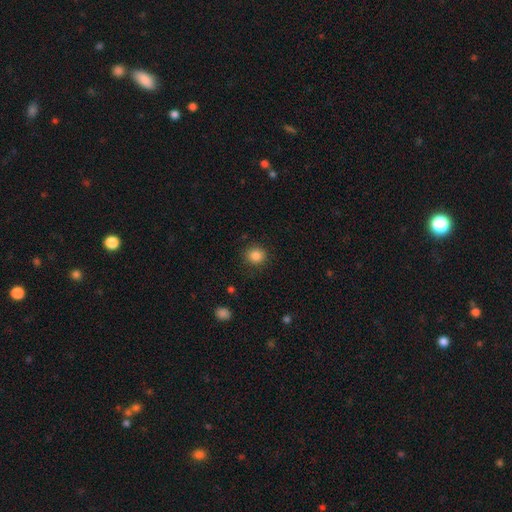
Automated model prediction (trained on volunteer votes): smooth 85%, star or artifact 11%, featured or disk 4%. Down the decision tree: how rounded — round (87%); merging — none (88%).